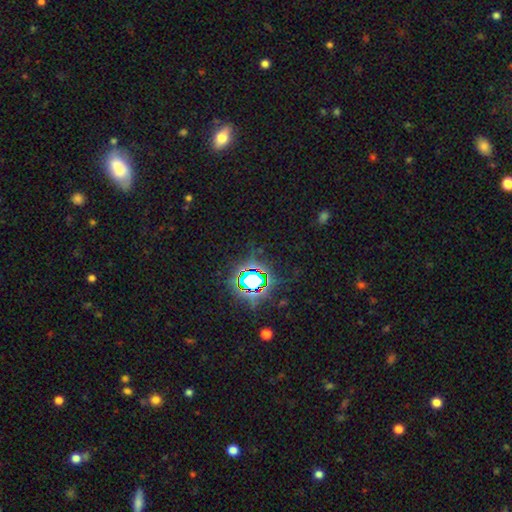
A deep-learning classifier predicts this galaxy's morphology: Smooth or featured: star or artifact — 79% (smooth — 13%)